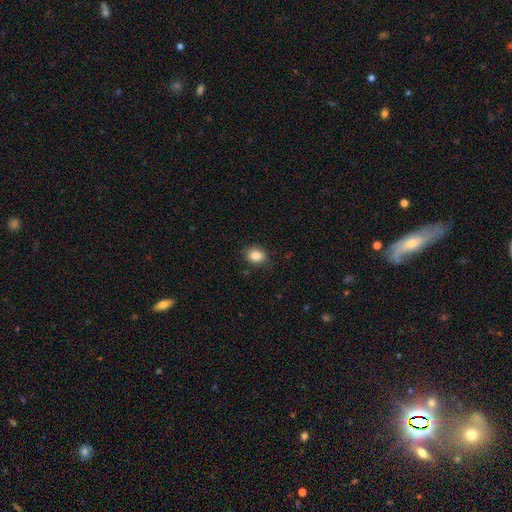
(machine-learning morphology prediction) type=smooth (86%); roundness=in between (55%); merging=none (84%).